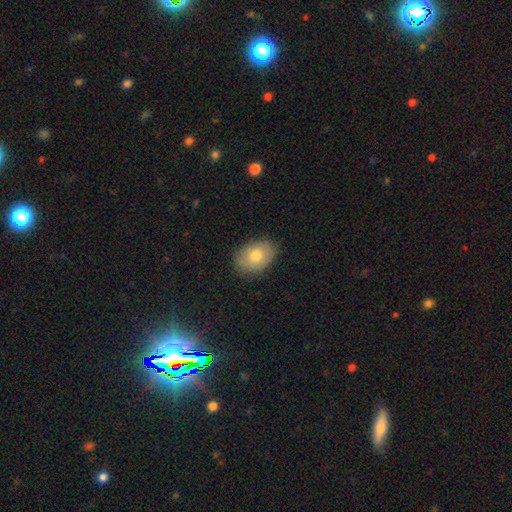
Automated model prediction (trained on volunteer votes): Morphology: type=smooth (75%); roundness=in between (79%); merging=none (83%).